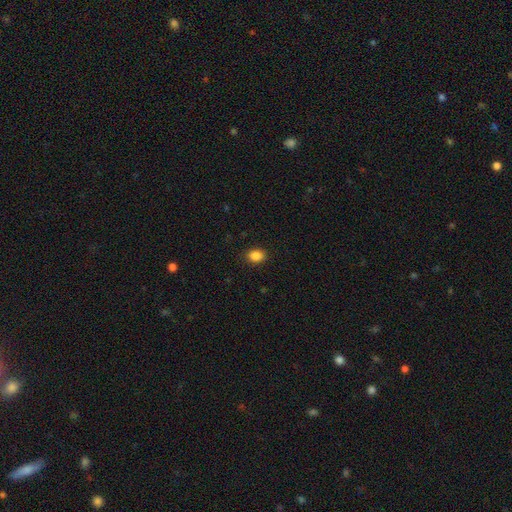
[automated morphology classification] A smooth galaxy with no disk features (87%) that is in between round and cigar-shaped (66%). Merging: none (89%).